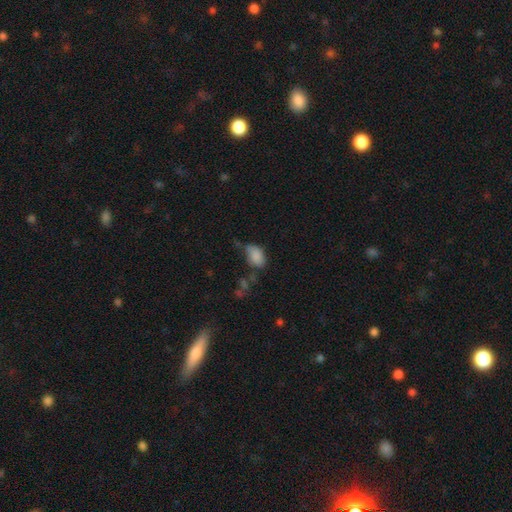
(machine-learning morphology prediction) Overall: smooth (83%). How rounded: in between (88%). Merging: none (41%; minor disturbance 35%).